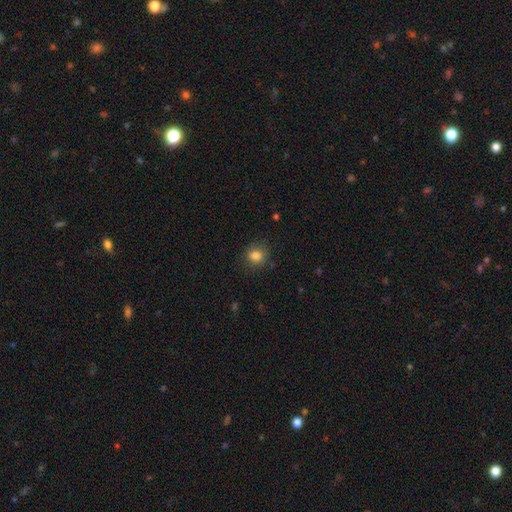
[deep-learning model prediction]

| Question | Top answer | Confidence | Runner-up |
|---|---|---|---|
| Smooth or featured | smooth | 83% | star or artifact (11%) |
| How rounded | round | 83% | in between (16%) |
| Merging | none | 85% | minor disturbance (11%) |